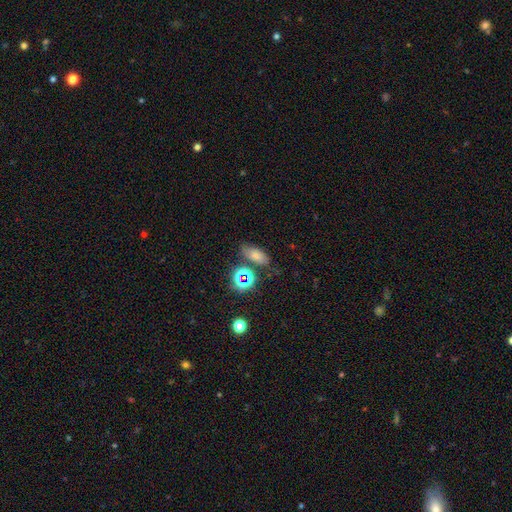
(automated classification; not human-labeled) Overall: smooth (43%; star or artifact 39%). Merging: none (69%).